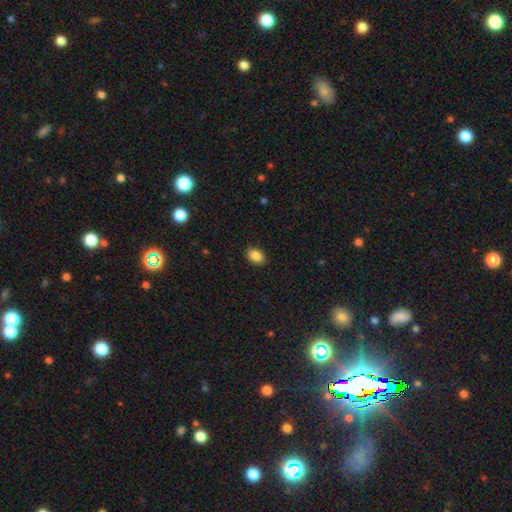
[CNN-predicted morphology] smooth_or_featured: smooth (p=0.88) [alt: star or artifact p=0.09]
how_rounded: in between (p=0.72) [alt: round p=0.27]
merging: none (p=0.90) [alt: minor disturbance p=0.07]